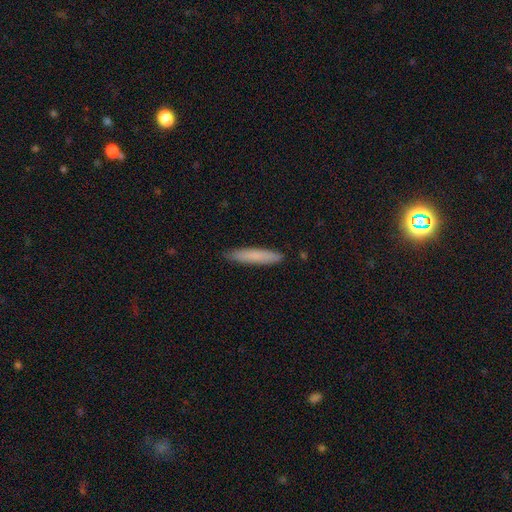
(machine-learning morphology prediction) Smooth or featured? smooth (79%)
How rounded? cigar-shaped (91%)
Merging? none (89%)